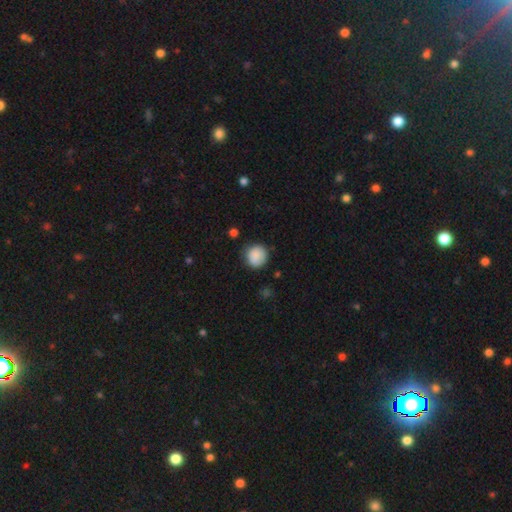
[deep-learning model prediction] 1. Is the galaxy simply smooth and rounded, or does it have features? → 87% smooth, 8% star or artifact, 5% featured or disk.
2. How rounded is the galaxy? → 89% round, 10% in between, 1% cigar-shaped.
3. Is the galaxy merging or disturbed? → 79% none, 16% minor disturbance, 4% major disturbance, 2% merger.